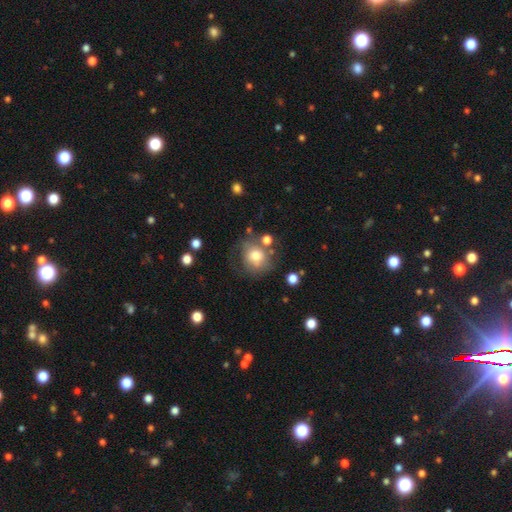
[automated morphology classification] Smooth or featured: smooth — 70% (featured or disk — 19%)
How rounded: round — 82% (in between — 17%)
Merging: none — 57% (minor disturbance — 21%)